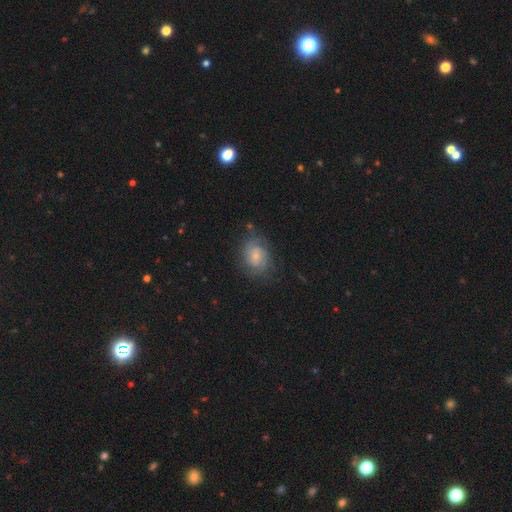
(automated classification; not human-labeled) Smooth or featured? featured or disk (59%)
Edge-on disk? no (97%)
Bar? no (70%)
Spiral arms? yes (87%)
Spiral winding? tight (51%)
Spiral arm count? 2 (38%)
Bulge size? small (64%)
Merging? none (70%)